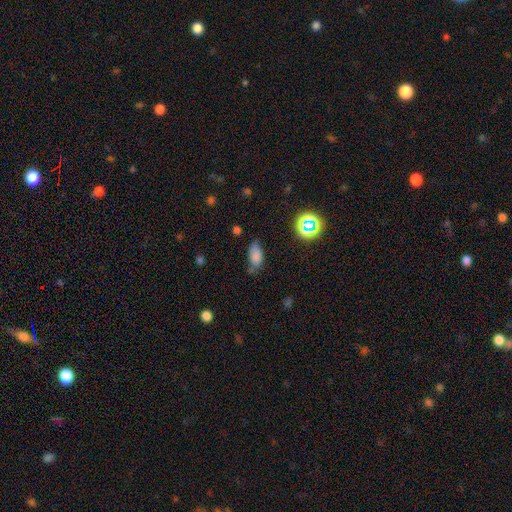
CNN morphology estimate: The model was most divided on "merging": none: 58%, minor disturbance: 30%, major disturbance: 8%, merger: 4%. More confident: how rounded — in between (86%); smooth or featured — smooth (74%).